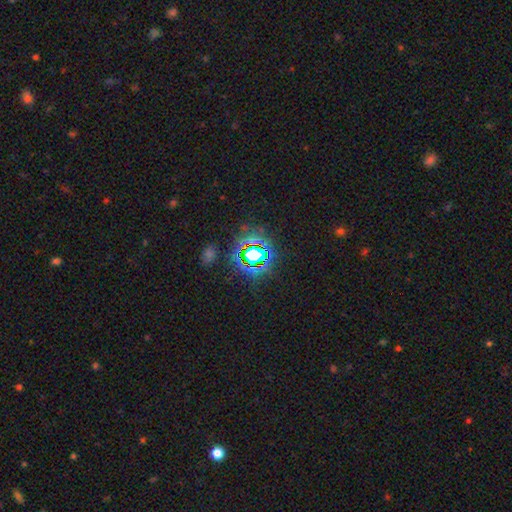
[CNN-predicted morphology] A star or artifact, not a galaxy (73%).

Vote fractions:
- Smooth or featured? star or artifact: 73% / smooth: 16% / featured or disk: 11%